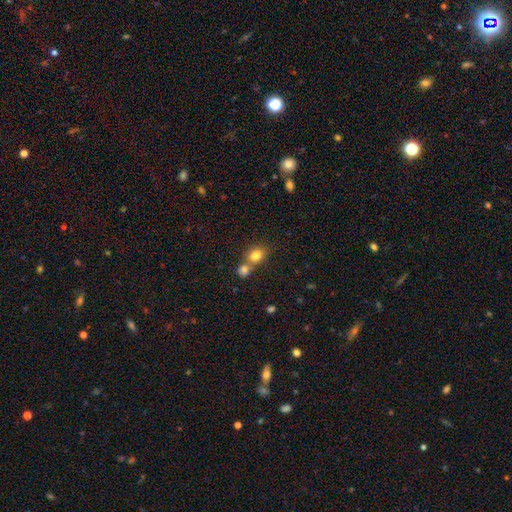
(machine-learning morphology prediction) This appears to be a smooth galaxy with no disk features (80%) that is round (62%). Merging: merger (46%).